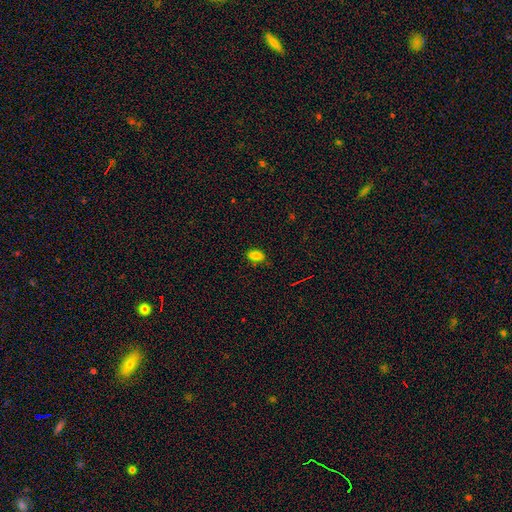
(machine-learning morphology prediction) Smooth or featured?
  - smooth: 81% *
  - star or artifact: 14%
  - featured or disk: 4%
How rounded?
  - in between: 89% *
  - round: 7%
  - cigar-shaped: 4%
Merging?
  - none: 79% *
  - minor disturbance: 16%
  - major disturbance: 3%
  - merger: 2%